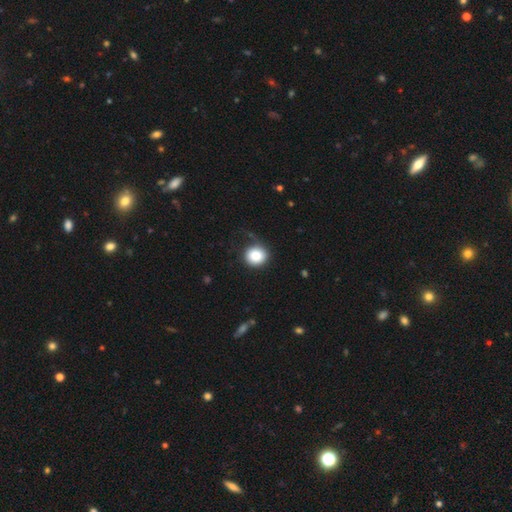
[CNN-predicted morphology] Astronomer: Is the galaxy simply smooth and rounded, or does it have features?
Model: smooth — 85%.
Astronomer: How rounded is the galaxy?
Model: round — 90%.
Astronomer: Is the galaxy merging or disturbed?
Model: none — 70%.